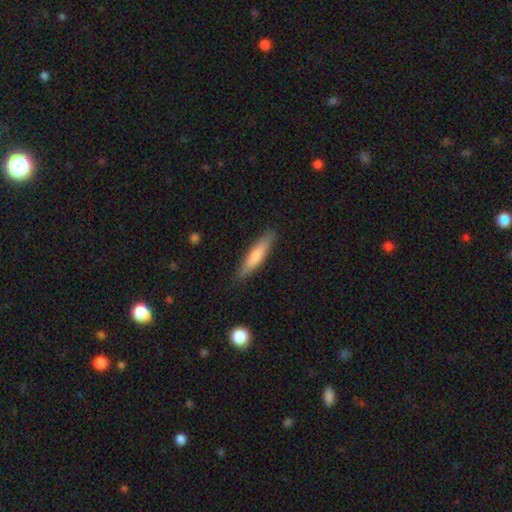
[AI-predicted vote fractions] Smooth or featured: smooth — 65% (featured or disk — 29%)
How rounded: cigar-shaped — 88% (in between — 11%)
Merging: none — 87% (minor disturbance — 10%)